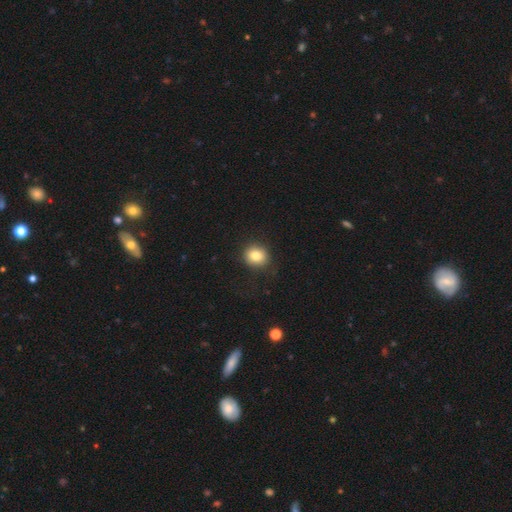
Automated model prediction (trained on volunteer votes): This appears to be a smooth galaxy with no disk features (82%) that is round (78%). Merging: none (86%).